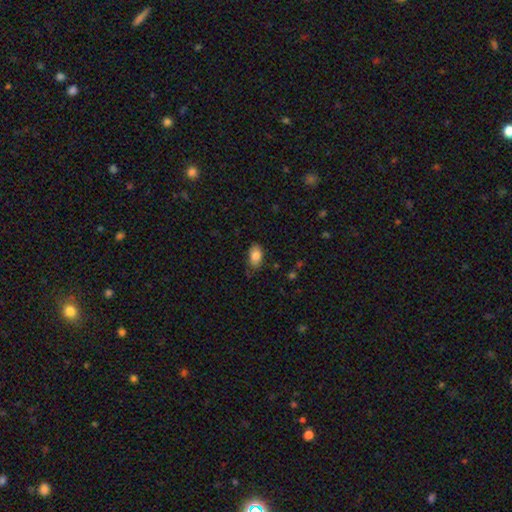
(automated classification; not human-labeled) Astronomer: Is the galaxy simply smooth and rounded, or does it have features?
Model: smooth — 84%.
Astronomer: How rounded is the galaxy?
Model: in between — 91%.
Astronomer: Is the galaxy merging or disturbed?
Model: none — 70%.